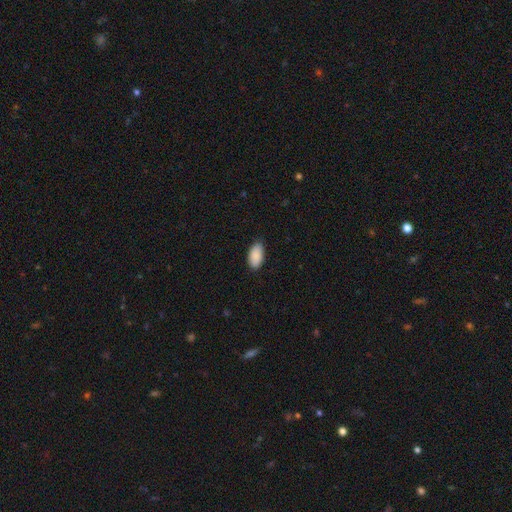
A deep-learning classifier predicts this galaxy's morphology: Smooth or featured?
  - smooth: 90% *
  - star or artifact: 6%
  - featured or disk: 4%
How rounded?
  - in between: 95% *
  - cigar-shaped: 3%
  - round: 2%
Merging?
  - none: 83% *
  - minor disturbance: 14%
  - major disturbance: 2%
  - merger: 1%